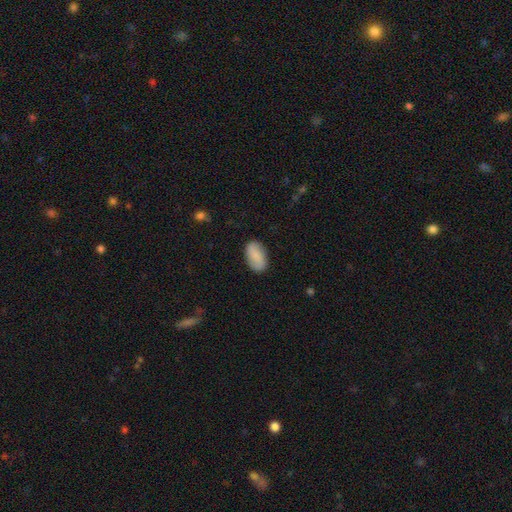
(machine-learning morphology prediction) A smooth galaxy with no disk features (80%) that is in between round and cigar-shaped (94%).

Vote fractions:
- Smooth or featured? smooth: 80% / featured or disk: 14% / star or artifact: 6%
- How rounded? in between: 94% / round: 4% / cigar-shaped: 2%
- Merging? none: 84% / minor disturbance: 12% / major disturbance: 3% / merger: 1%